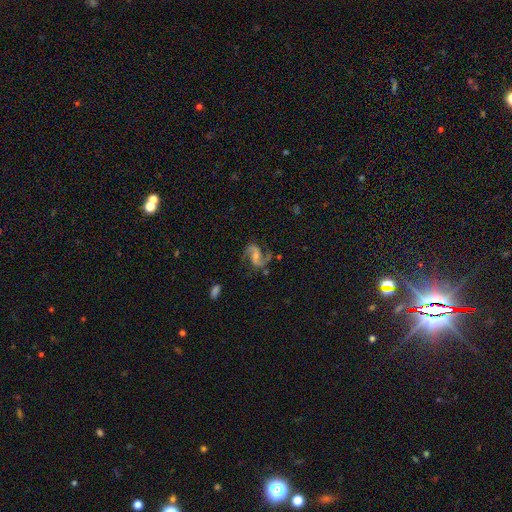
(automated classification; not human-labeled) smooth-or-featured: featured or disk: 91% | star or artifact: 5% | smooth: 4%
  disk-edge-on: no: 98% | yes: 2%
    bar: weak: 43% | no: 38% | strong: 19%
    has-spiral-arms: yes: 98% | no: 2%
      spiral-winding: medium: 53% | loose: 38% | tight: 9%
      spiral-arm-count: 2: 94% | 1: 2% | can't tell: 2% | 3: 1% | 4: 1% | more than 4: 1%
    bulge-size: small: 48% | moderate: 39% | none: 8% | large: 3% | dominant: 1%
  merging: none: 75% | minor disturbance: 15% | major disturbance: 8% | merger: 3%